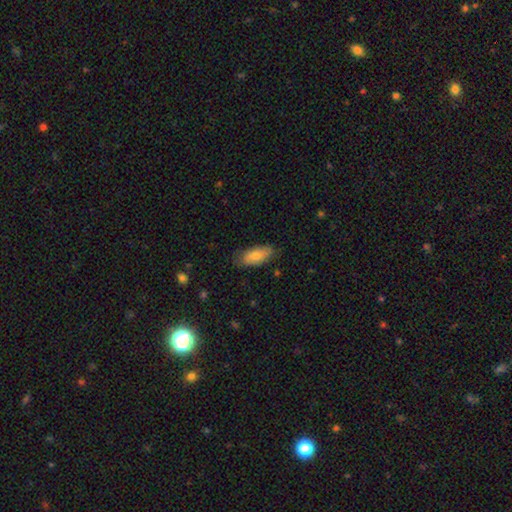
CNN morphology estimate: Smooth or featured: smooth — 74% (featured or disk — 20%)
How rounded: in between — 84% (cigar-shaped — 14%)
Merging: none — 74% (minor disturbance — 21%)